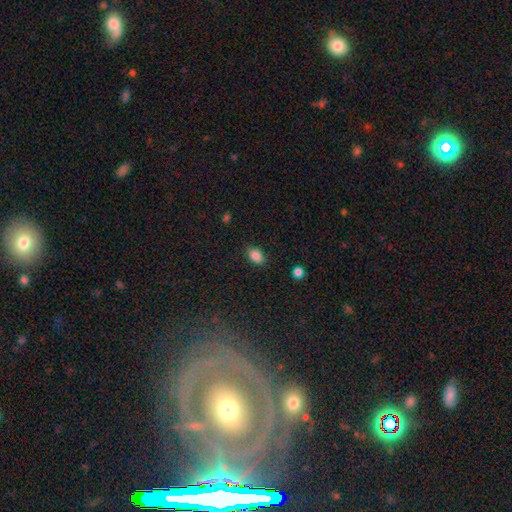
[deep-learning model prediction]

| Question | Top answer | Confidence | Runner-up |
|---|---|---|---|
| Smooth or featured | smooth | 86% | star or artifact (9%) |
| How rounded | in between | 86% | round (13%) |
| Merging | none | 86% | minor disturbance (10%) |